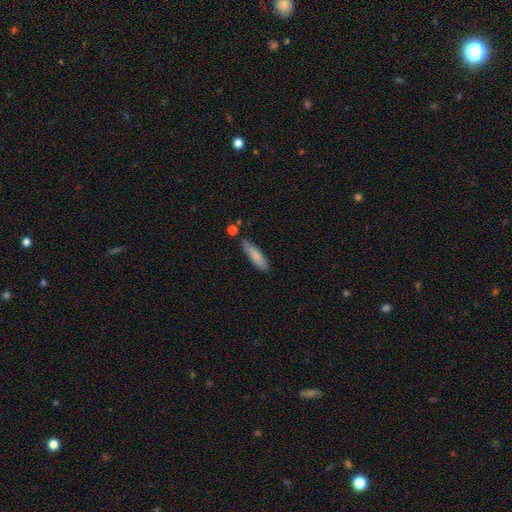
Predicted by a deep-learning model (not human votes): smooth_or_featured: smooth (p=0.80) [alt: featured or disk p=0.13]
how_rounded: cigar-shaped (p=0.70) [alt: in between p=0.29]
merging: none (p=0.77) [alt: minor disturbance p=0.15]